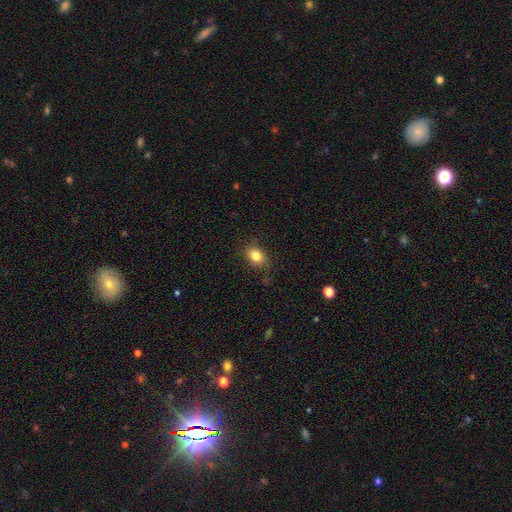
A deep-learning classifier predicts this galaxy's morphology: Q: Smooth or featured?
A: smooth (83%); runner-up: star or artifact (10%)
Q: How rounded?
A: in between (61%); runner-up: round (37%)
Q: Merging?
A: none (80%); runner-up: minor disturbance (15%)